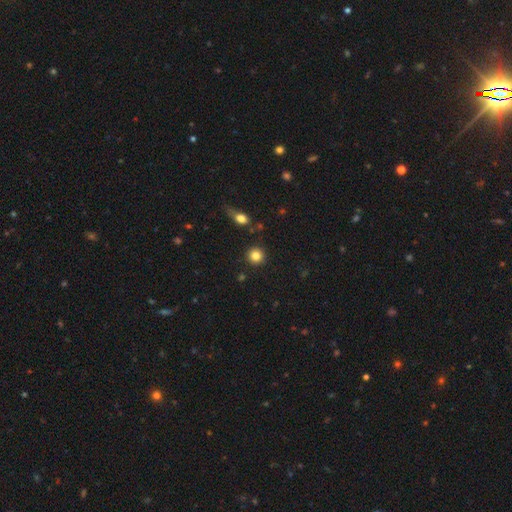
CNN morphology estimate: smooth-or-featured: smooth: 83% | star or artifact: 11% | featured or disk: 6%
  how-rounded: round: 94% | in between: 5% | cigar-shaped: 1%
  merging: none: 89% | minor disturbance: 6% | merger: 3% | major disturbance: 2%